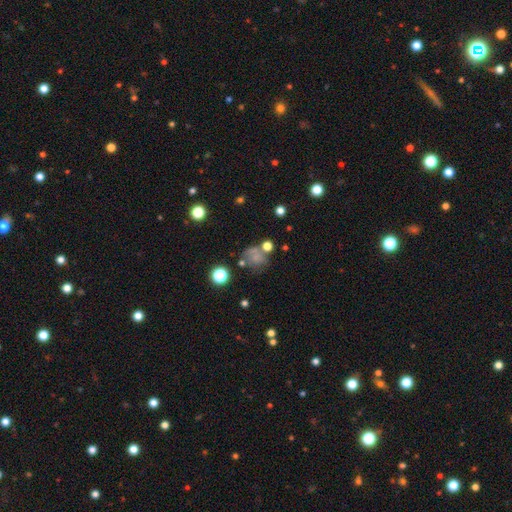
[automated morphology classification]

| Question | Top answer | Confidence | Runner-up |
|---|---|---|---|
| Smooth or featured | smooth | 54% | featured or disk (25%) |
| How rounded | round | 70% | in between (29%) |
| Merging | none | 44% | major disturbance (21%) |